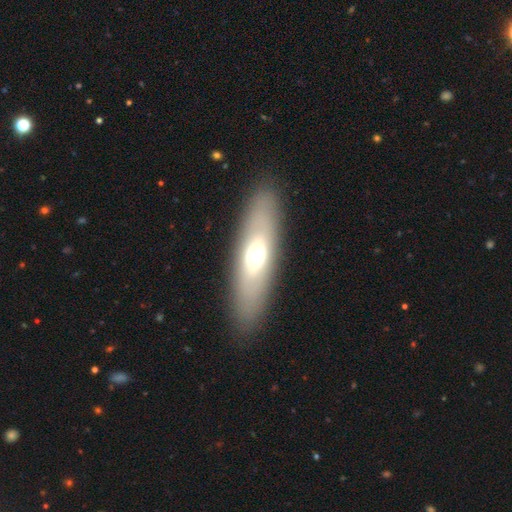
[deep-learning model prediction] A smooth galaxy with no disk features (56%) that is in between round and cigar-shaped (50%).

Vote fractions:
- Smooth or featured? smooth: 56% / featured or disk: 36% / star or artifact: 8%
- How rounded? in between: 50% / cigar-shaped: 46% / round: 3%
- Merging? none: 87% / minor disturbance: 8% / major disturbance: 4% / merger: 1%